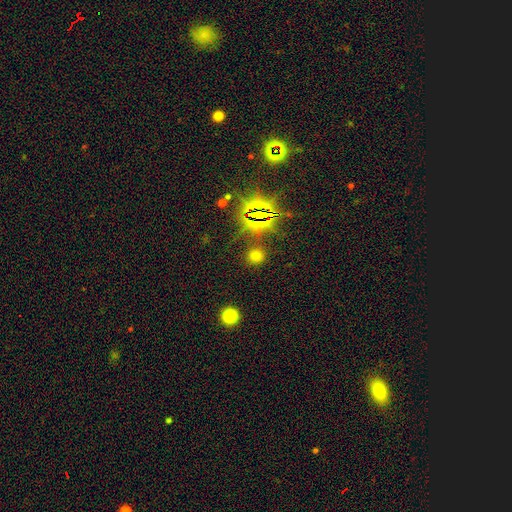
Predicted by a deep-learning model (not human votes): smooth_or_featured: smooth (p=0.60) [alt: star or artifact p=0.34]
how_rounded: round (p=0.86) [alt: in between p=0.13]
merging: none (p=0.83) [alt: minor disturbance p=0.09]